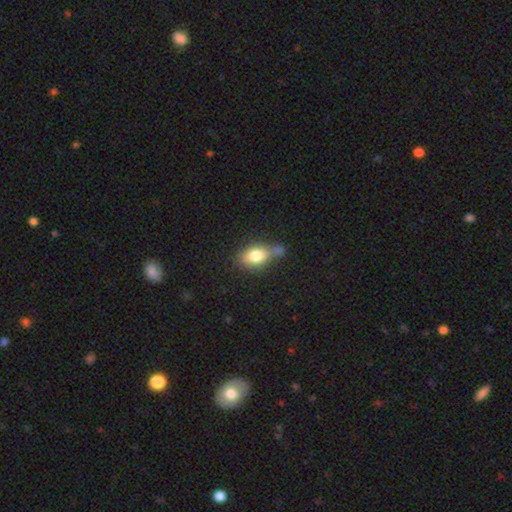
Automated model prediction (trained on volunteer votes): smooth 78%, featured or disk 13%, star or artifact 9%. Down the decision tree: how rounded — in between (80%); merging — none (43%).